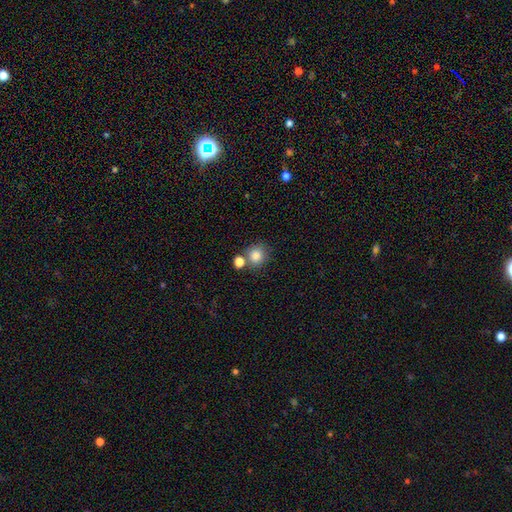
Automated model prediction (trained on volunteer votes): This is clearly a smooth galaxy (83%). How rounded: clearly round (87%). Merging: likely none (67%).